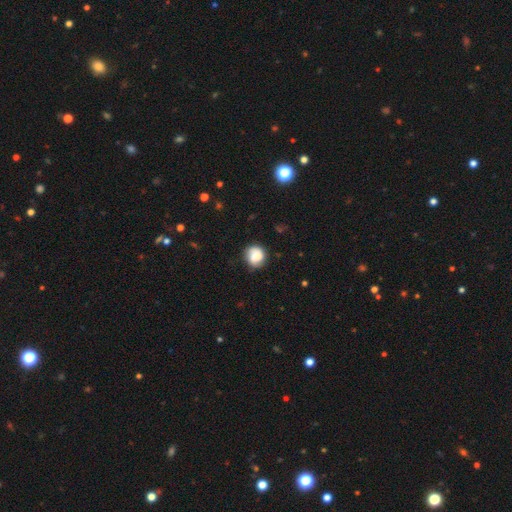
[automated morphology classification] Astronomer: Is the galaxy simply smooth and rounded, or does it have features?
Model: smooth — 73%.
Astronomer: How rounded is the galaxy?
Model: round — 82%.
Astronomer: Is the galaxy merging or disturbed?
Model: none — 67%.